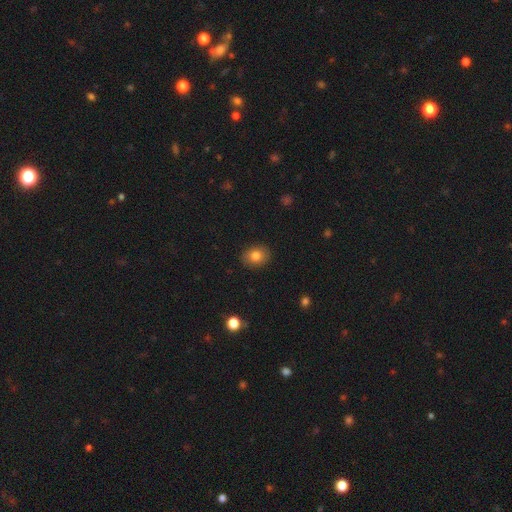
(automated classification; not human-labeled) Overall: smooth (81%). How rounded: round (50%; in between 49%). Merging: none (88%).